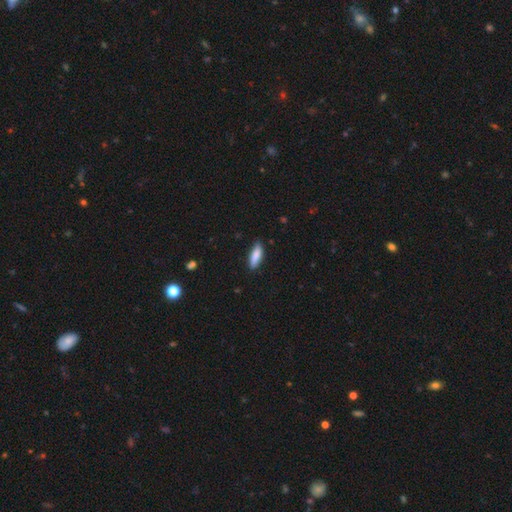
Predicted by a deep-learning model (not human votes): The model was most divided on "how rounded": in between: 56%, cigar-shaped: 42%, round: 2%. More confident: smooth or featured — smooth (86%); merging — none (82%).